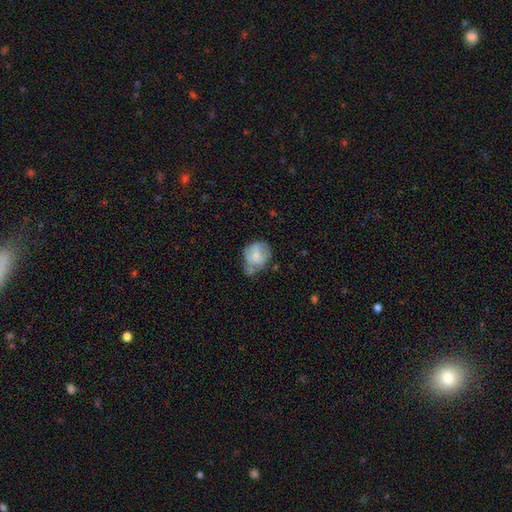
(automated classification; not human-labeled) This appears to be a smooth galaxy with no disk features (59%) that is round (63%). Merging: none (35%).